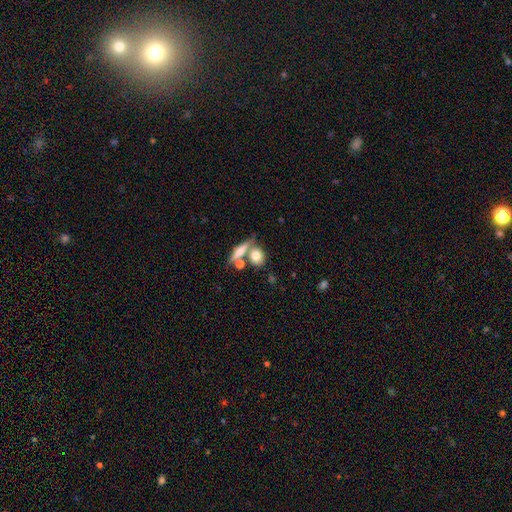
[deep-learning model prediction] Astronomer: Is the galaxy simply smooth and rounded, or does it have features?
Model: smooth — 73%.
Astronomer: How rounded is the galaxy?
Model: in between — 47% (runner-up: round, 43%).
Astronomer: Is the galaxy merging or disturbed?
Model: none — 48% (runner-up: merger, 36%).